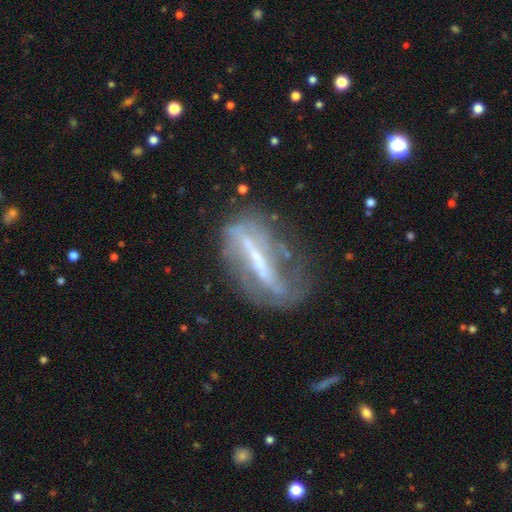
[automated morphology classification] Overall: featured or disk (73%). Edge-on disk: no (71%). Bar: strong (74%). Spiral arms: yes (57%; no 43%). Bulge size: small (42%; none 31%). Merging: none (53%; minor disturbance 23%).